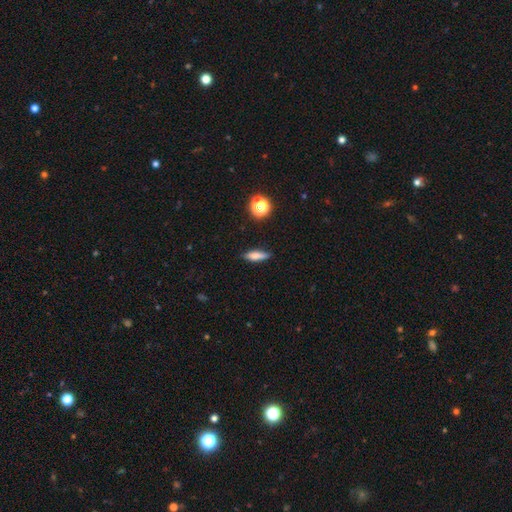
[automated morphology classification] This appears to be a smooth galaxy with no disk features (69%) that is cigar-shaped (60%). Merging: none (82%).